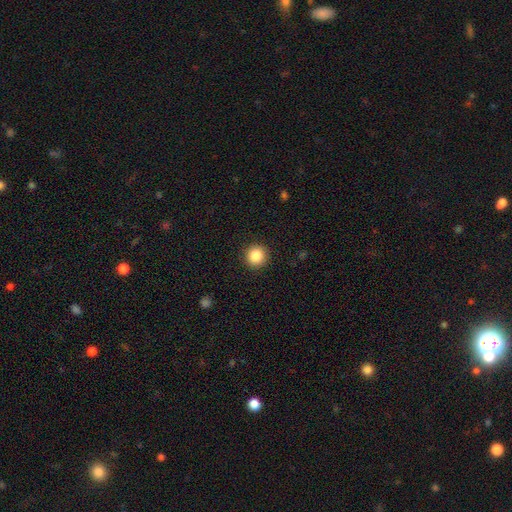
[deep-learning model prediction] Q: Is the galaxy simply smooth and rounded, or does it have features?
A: smooth — 87%.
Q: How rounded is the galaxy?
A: round — 94%.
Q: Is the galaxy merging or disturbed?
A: none — 92%.